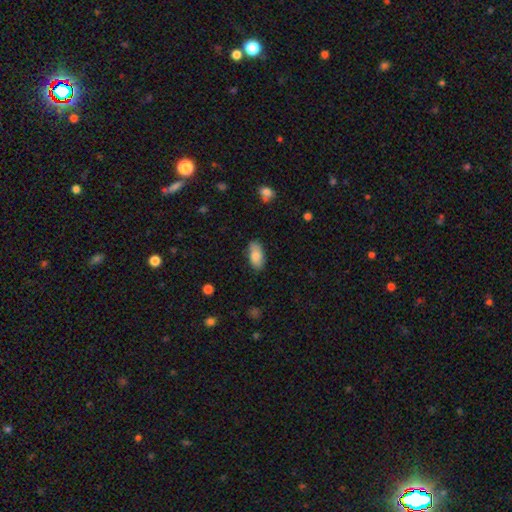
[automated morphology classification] A smooth galaxy with no disk features (83%) that is in between round and cigar-shaped (92%). Merging: none (78%).